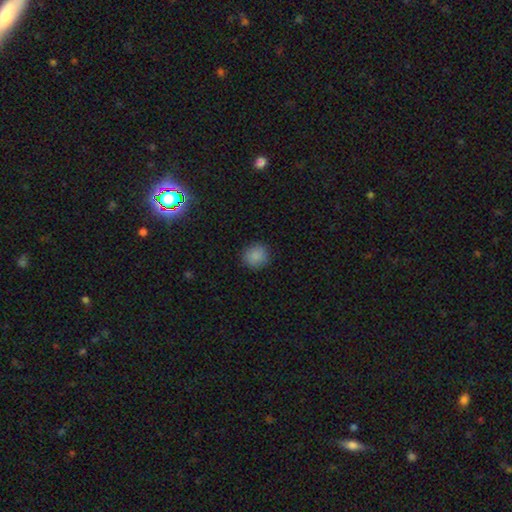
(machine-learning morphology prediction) Smooth or featured: smooth — 87% (star or artifact — 9%)
How rounded: round — 90% (in between — 9%)
Merging: none — 89% (minor disturbance — 7%)